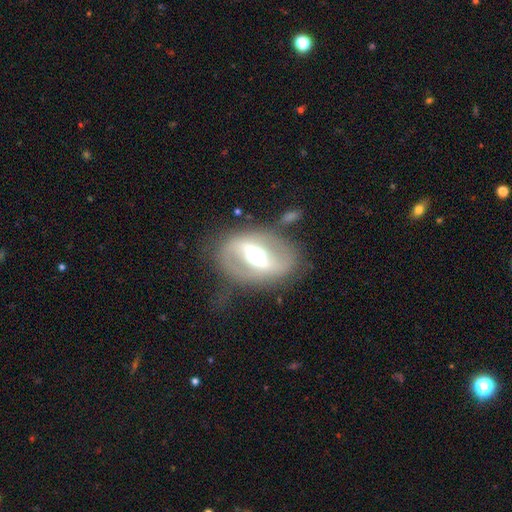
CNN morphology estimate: A featured or disk galaxy (69%) with a strong bar (58%), no spiral arms (62%) and a moderate central bulge (49%). Merging: none (65%).